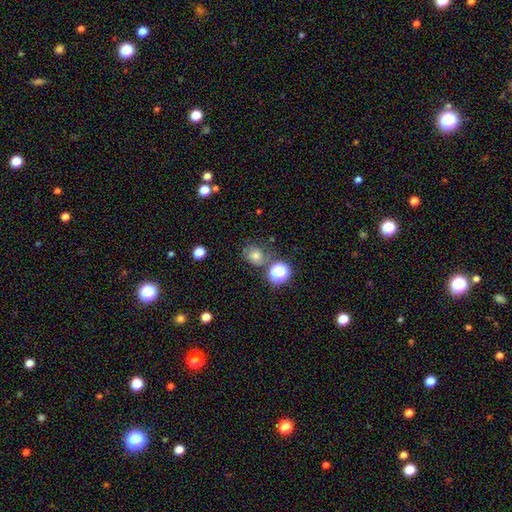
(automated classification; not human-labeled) Smooth or featured?
  - smooth: 65% *
  - star or artifact: 20%
  - featured or disk: 14%
How rounded?
  - round: 76% *
  - in between: 23%
  - cigar-shaped: 1%
Merging?
  - none: 68% *
  - minor disturbance: 16%
  - merger: 10%
  - major disturbance: 6%